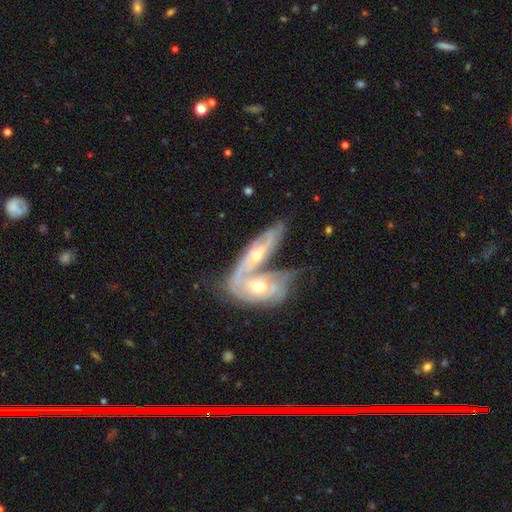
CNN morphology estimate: Smooth or featured: featured or disk — 80% (smooth — 14%)
Edge-on disk: no — 83% (yes — 17%)
Bar: no — 57% (weak — 31%)
Spiral arms: yes — 91% (no — 9%)
Spiral winding: tight — 53% (medium — 35%)
Spiral arm count: 2 — 51% (can't tell — 29%)
Bulge size: moderate — 60% (small — 35%)
Merging: merger — 66% (none — 21%)